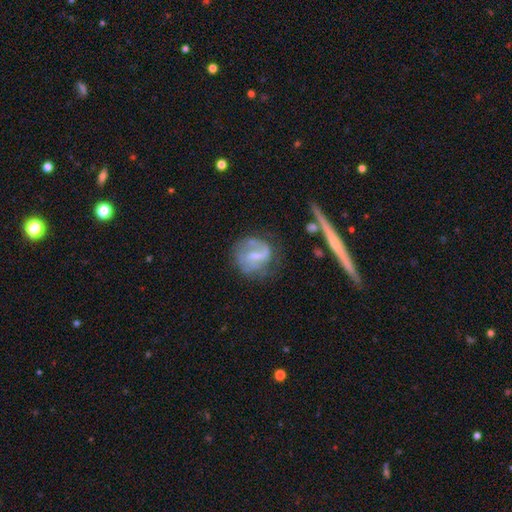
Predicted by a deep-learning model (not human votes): Overall: featured or disk (66%; smooth 26%). Edge-on disk: no (96%). Bar: weak (51%; strong 27%). Spiral arms: yes (80%). Spiral arm count: 2 (59%). Spiral winding: medium (43%; loose 30%). Bulge size: small (35%; none 33%). Merging: none (58%; minor disturbance 22%).